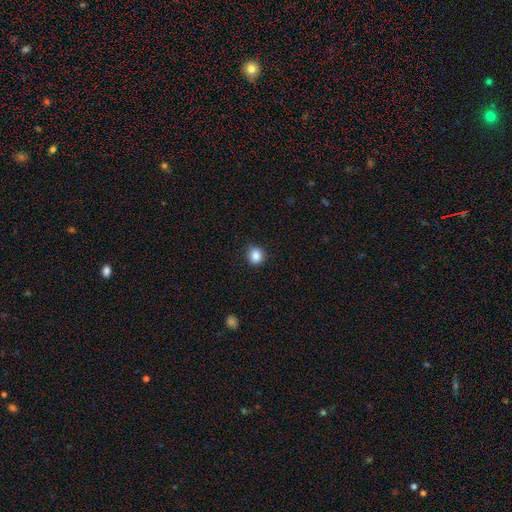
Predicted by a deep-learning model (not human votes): The model was most divided on "how rounded": round: 84%, in between: 15%, cigar-shaped: 1%. More confident: merging — none (90%); smooth or featured — smooth (87%).